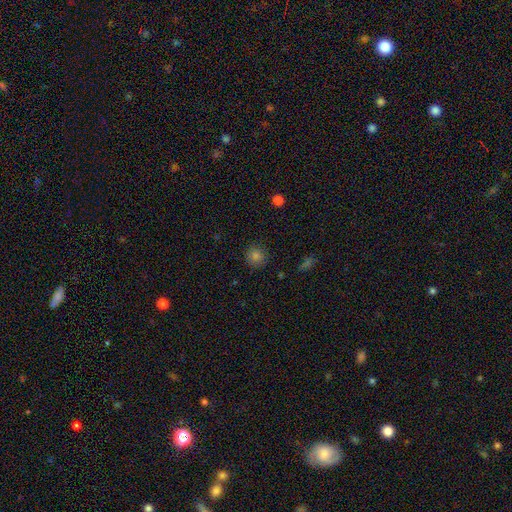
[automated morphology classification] A smooth galaxy with no disk features (80%) that is round (93%). Merging: none (89%).